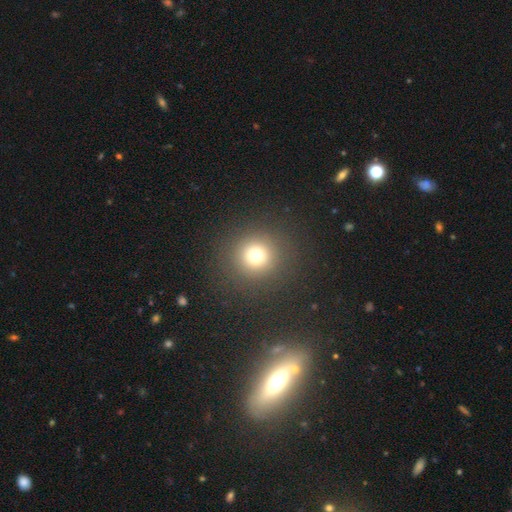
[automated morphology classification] This appears to be a smooth galaxy with no disk features (72%) that is round (94%). Merging: none (89%).